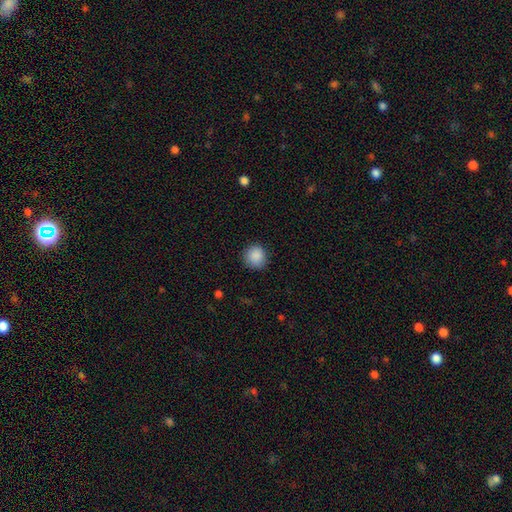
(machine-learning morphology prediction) Smooth or featured?
  - smooth: 88% *
  - star or artifact: 8%
  - featured or disk: 3%
How rounded?
  - round: 91% *
  - in between: 8%
  - cigar-shaped: 1%
Merging?
  - none: 86% *
  - minor disturbance: 10%
  - major disturbance: 2%
  - merger: 1%